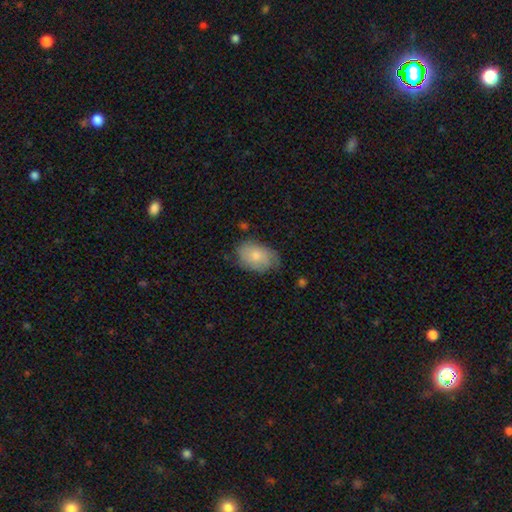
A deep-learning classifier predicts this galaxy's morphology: Smooth or featured? Predicted: smooth (p=0.67). How rounded? Predicted: in between (p=0.84). Merging? Predicted: none (p=0.60).